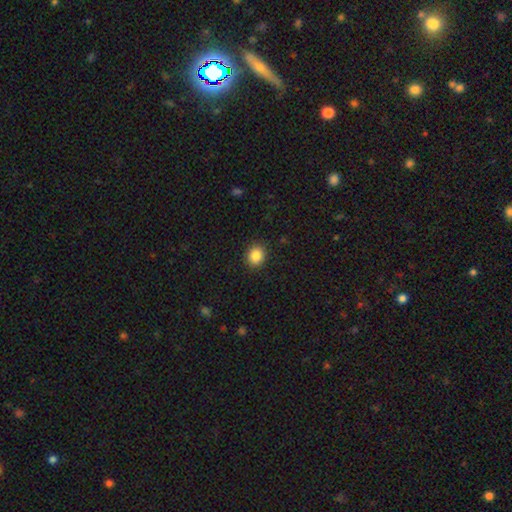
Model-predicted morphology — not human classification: This appears to be a smooth galaxy with no disk features (87%) that is round (72%). Merging: none (90%).